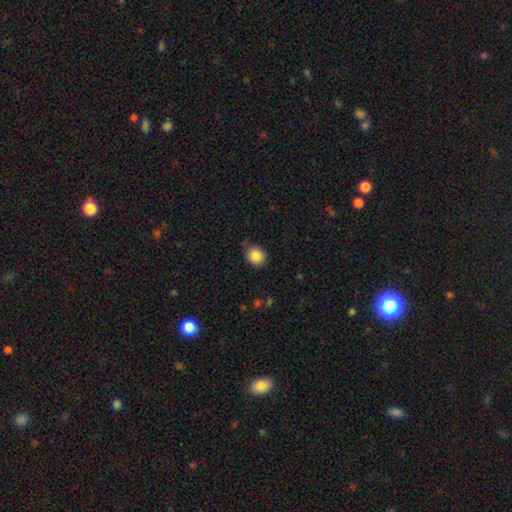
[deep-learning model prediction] This appears to be a smooth galaxy with no disk features (86%) that is round (72%). Merging: none (77%).